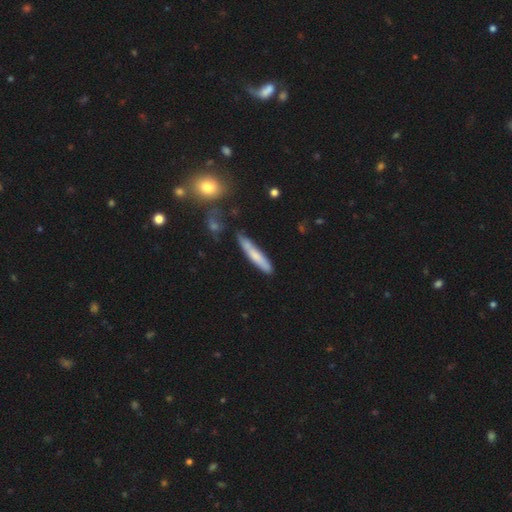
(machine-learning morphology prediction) Smooth or featured? Predicted: smooth (p=0.67). How rounded? Predicted: cigar-shaped (p=0.92). Merging? Predicted: none (p=0.77).